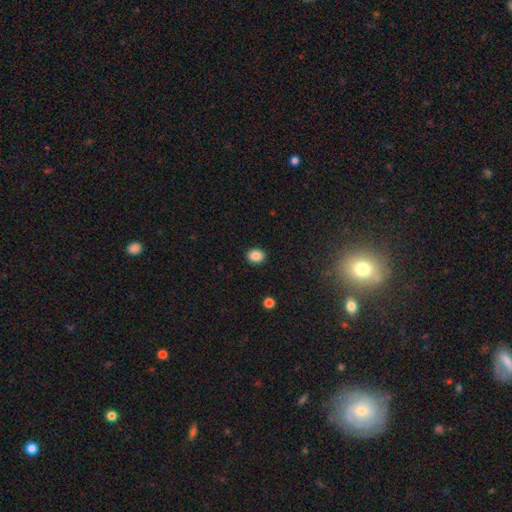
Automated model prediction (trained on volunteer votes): Smooth or featured?
  - smooth: 87% *
  - star or artifact: 10%
  - featured or disk: 3%
How rounded?
  - round: 57% *
  - in between: 43%
  - cigar-shaped: 1%
Merging?
  - none: 90% *
  - minor disturbance: 6%
  - major disturbance: 2%
  - merger: 1%